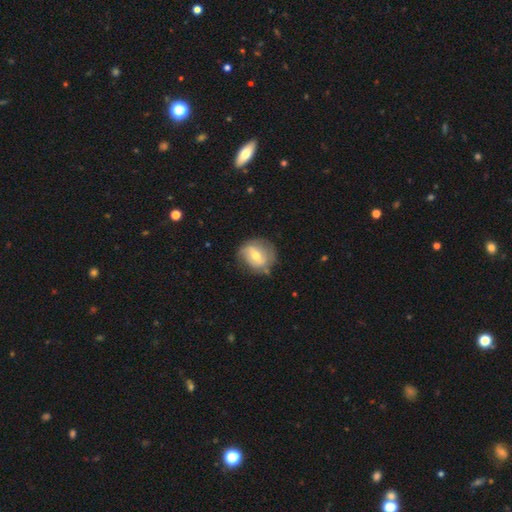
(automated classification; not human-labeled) smooth_or_featured: featured or disk (p=0.51) [alt: smooth p=0.42]
disk_edge_on: no (p=0.96) [alt: yes p=0.04]
merging: none (p=0.66) [alt: minor disturbance p=0.24]